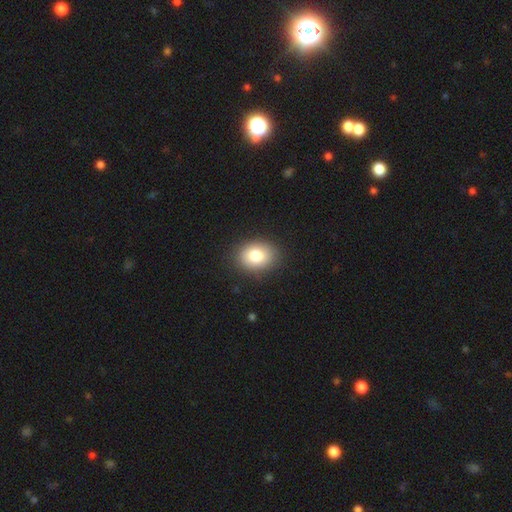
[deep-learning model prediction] Smooth or featured: smooth — 81% (featured or disk — 10%)
How rounded: in between — 60% (round — 39%)
Merging: none — 88% (minor disturbance — 9%)